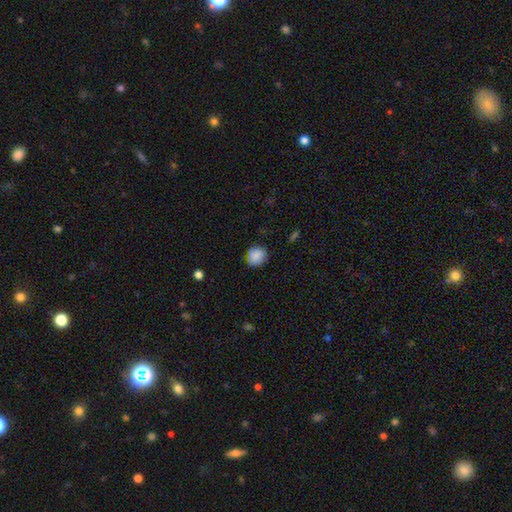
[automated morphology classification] Smooth or featured? smooth (88%)
How rounded? round (81%)
Merging? none (81%)